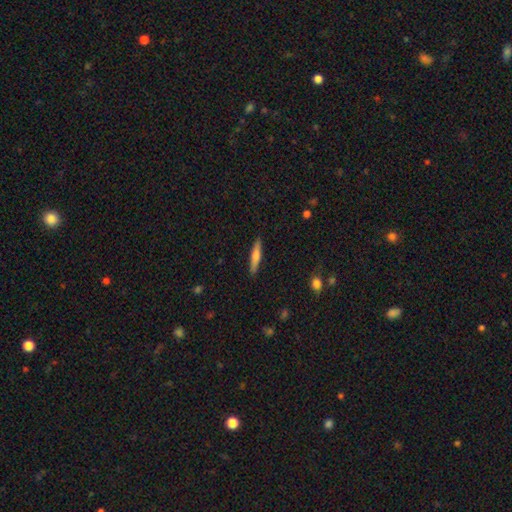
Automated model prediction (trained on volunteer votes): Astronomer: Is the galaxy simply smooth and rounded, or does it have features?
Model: smooth — 55% (runner-up: featured or disk, 39%).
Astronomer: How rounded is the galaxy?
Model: cigar-shaped — 91%.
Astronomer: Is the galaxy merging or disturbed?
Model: none — 90%.